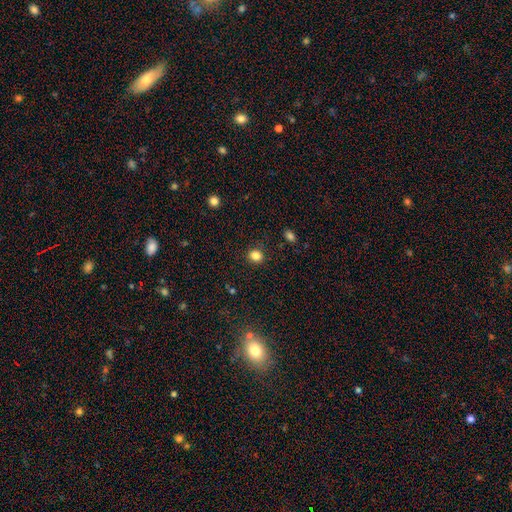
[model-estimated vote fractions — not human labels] smooth-or-featured: smooth: 84% | star or artifact: 12% | featured or disk: 4%
  how-rounded: round: 67% | in between: 32% | cigar-shaped: 1%
  merging: none: 87% | minor disturbance: 9% | major disturbance: 3% | merger: 1%